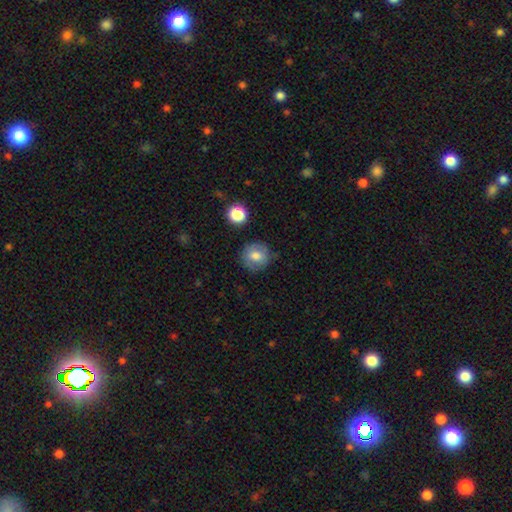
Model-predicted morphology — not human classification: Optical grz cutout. It shows a smooth galaxy with no disk features (75%) that is round (87%). Merging: none (81%).